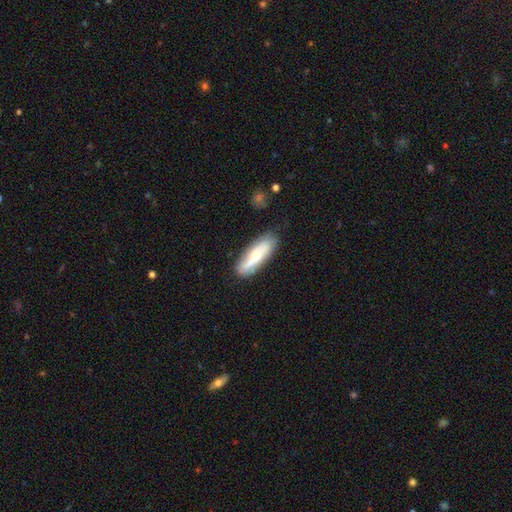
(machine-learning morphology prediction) A smooth galaxy with no disk features (50%). Merging: none (70%).